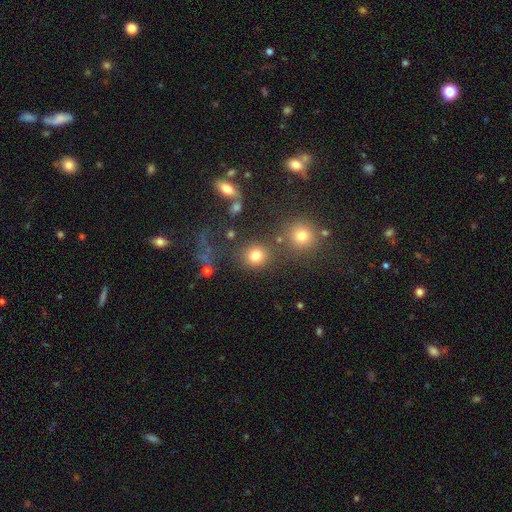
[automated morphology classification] smooth 78%, star or artifact 15%, featured or disk 7%. Down the decision tree: how rounded — round (85%); merging — none (75%).